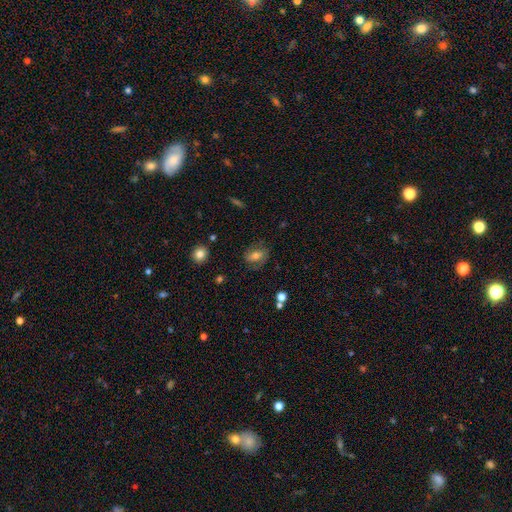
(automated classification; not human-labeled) Overall: smooth (52%; featured or disk 39%). How rounded: in between (72%). Merging: none (71%).